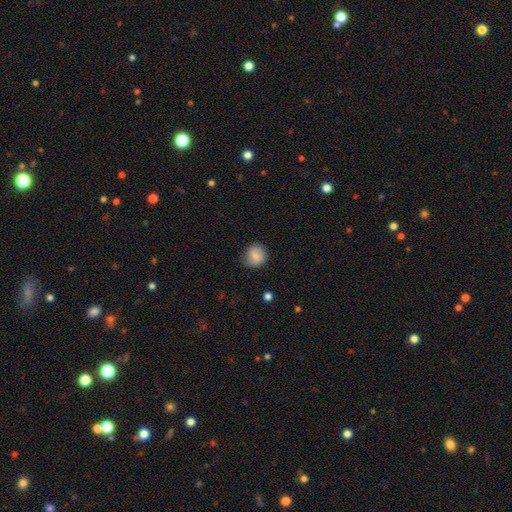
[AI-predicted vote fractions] A smooth galaxy with no disk features (82%) that is round (84%).

Vote fractions:
- Smooth or featured? smooth: 82% / featured or disk: 10% / star or artifact: 8%
- How rounded? round: 84% / in between: 15% / cigar-shaped: 1%
- Merging? none: 79% / minor disturbance: 16% / major disturbance: 4% / merger: 1%